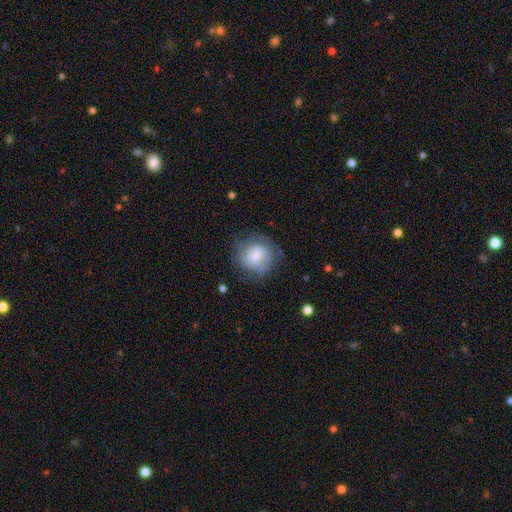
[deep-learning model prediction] smooth-or-featured: smooth: 67% | featured or disk: 25% | star or artifact: 8%
  how-rounded: round: 87% | in between: 12% | cigar-shaped: 1%
  merging: none: 67% | minor disturbance: 22% | major disturbance: 10% | merger: 2%